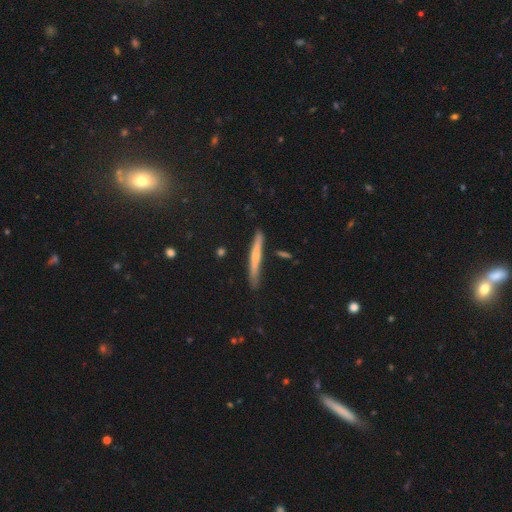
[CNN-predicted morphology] This appears to be a smooth galaxy with no disk features (54%) that is cigar-shaped (96%). Merging: none (80%).